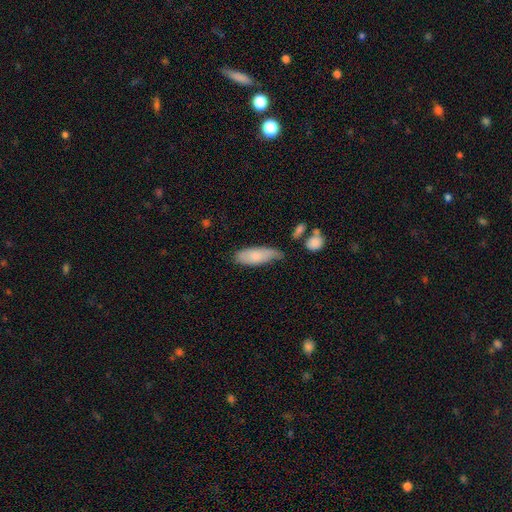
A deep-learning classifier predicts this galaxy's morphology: A smooth galaxy with no disk features (78%) that is in between round and cigar-shaped (69%).

Vote fractions:
- Smooth or featured? smooth: 78% / featured or disk: 16% / star or artifact: 6%
- How rounded? in between: 69% / cigar-shaped: 29% / round: 2%
- Merging? none: 52% / minor disturbance: 35% / major disturbance: 9% / merger: 5%